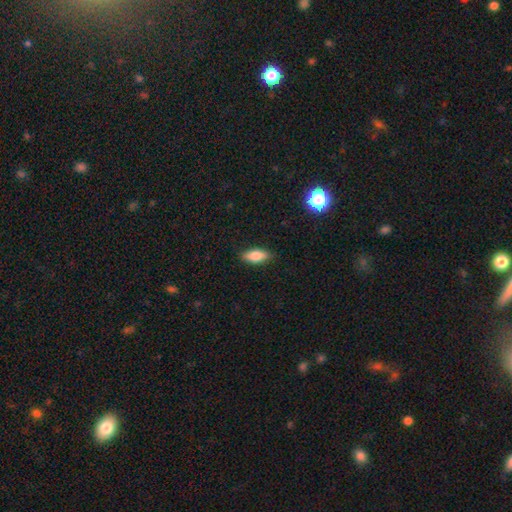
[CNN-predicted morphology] type=smooth (79%); roundness=in between (79%); merging=none (87%).